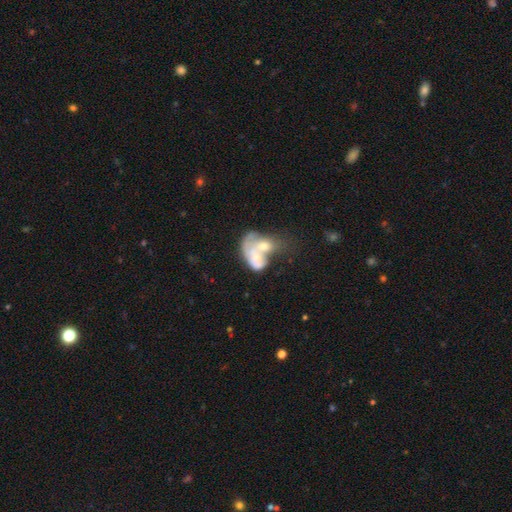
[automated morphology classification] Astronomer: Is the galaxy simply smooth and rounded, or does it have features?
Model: featured or disk — 51% (runner-up: smooth, 41%).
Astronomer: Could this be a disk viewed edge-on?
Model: no — 97%.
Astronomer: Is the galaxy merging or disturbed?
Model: merger — 72%.